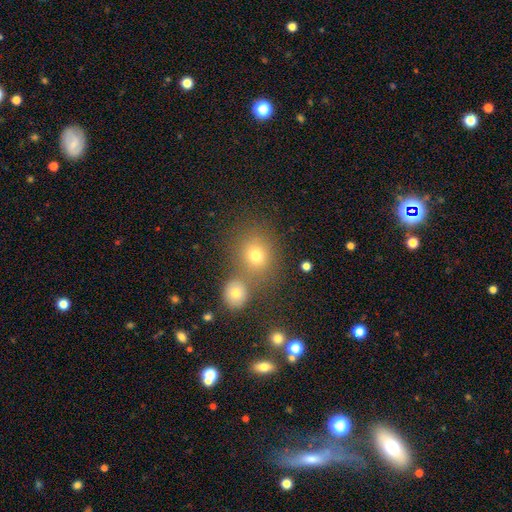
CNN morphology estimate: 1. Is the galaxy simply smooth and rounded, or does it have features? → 69% smooth, 19% star or artifact, 11% featured or disk.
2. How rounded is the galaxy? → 76% round, 23% in between, 1% cigar-shaped.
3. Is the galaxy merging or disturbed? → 65% none, 21% merger, 10% minor disturbance, 4% major disturbance.